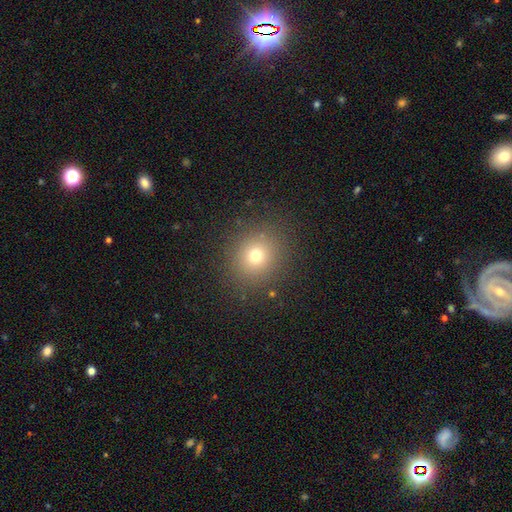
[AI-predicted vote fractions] Smooth or featured?
  - smooth: 71% *
  - star or artifact: 19%
  - featured or disk: 10%
How rounded?
  - round: 85% *
  - in between: 14%
  - cigar-shaped: 1%
Merging?
  - none: 87% *
  - minor disturbance: 8%
  - major disturbance: 4%
  - merger: 1%